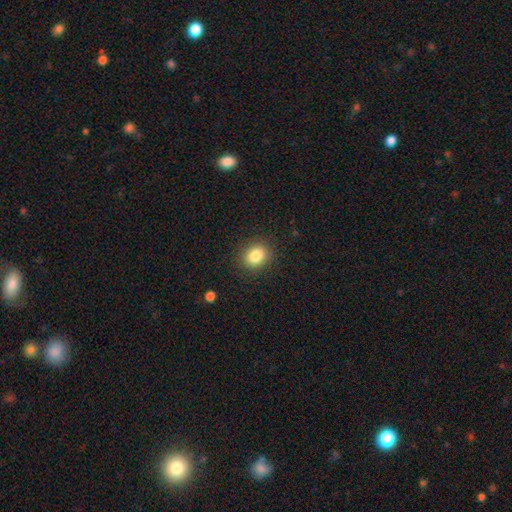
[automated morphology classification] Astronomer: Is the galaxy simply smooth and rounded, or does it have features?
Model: smooth — 84%.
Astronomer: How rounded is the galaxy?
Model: round — 60% (runner-up: in between, 39%).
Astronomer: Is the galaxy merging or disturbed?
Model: none — 88%.